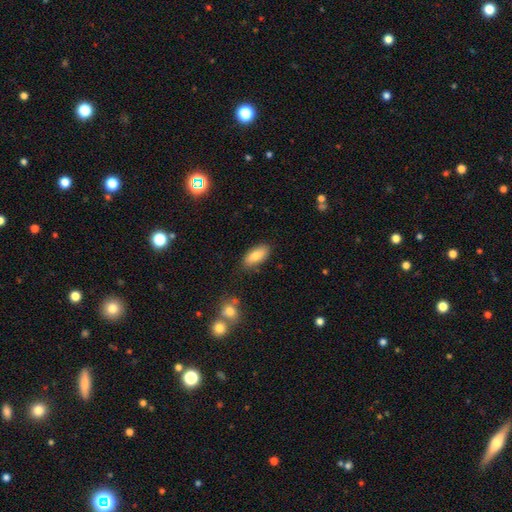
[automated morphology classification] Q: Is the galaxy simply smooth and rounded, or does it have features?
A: smooth — 80%.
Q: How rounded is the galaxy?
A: in between — 86%.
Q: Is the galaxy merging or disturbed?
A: none — 84%.